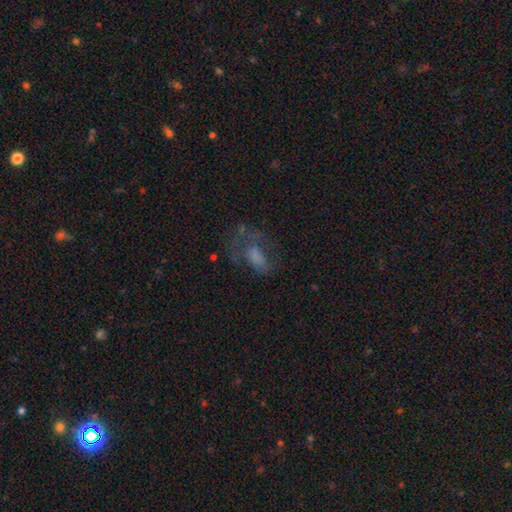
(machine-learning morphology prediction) The model was most divided on "merging": major disturbance: 43%, none: 33%, minor disturbance: 20%, merger: 4%. Remaining: smooth or featured — smooth (49%).